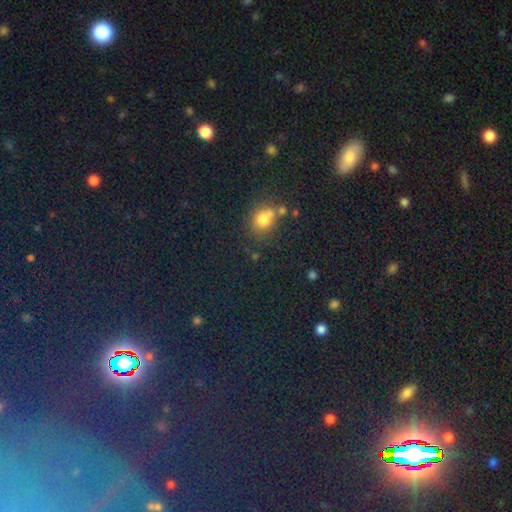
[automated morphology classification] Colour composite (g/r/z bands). It shows a star or artifact, not a galaxy (56%).